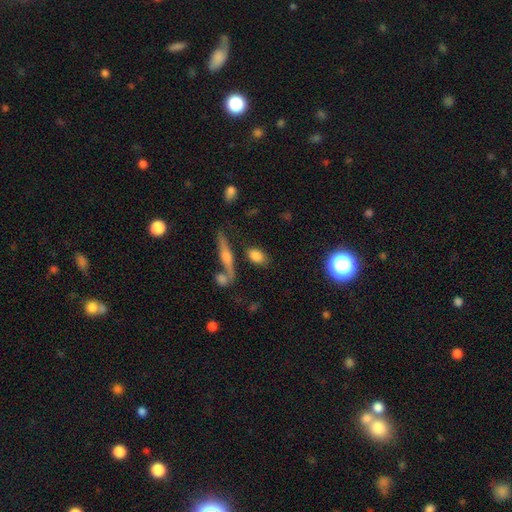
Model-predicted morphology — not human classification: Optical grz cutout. It shows a smooth galaxy with no disk features (78%) that is in between round and cigar-shaped (83%). Merging: none (69%).